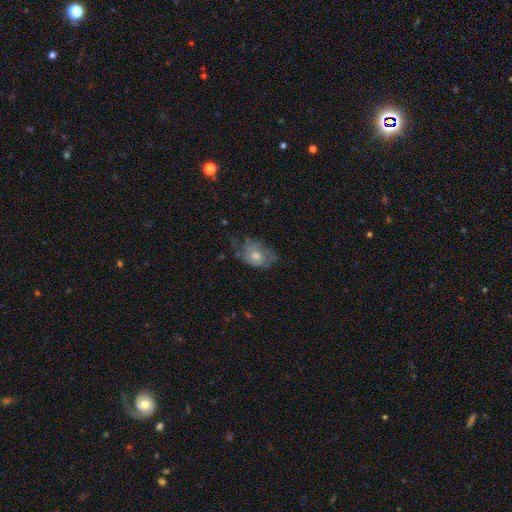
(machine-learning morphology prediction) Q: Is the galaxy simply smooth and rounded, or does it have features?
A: featured or disk — 48%.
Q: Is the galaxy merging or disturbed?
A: none — 48%.